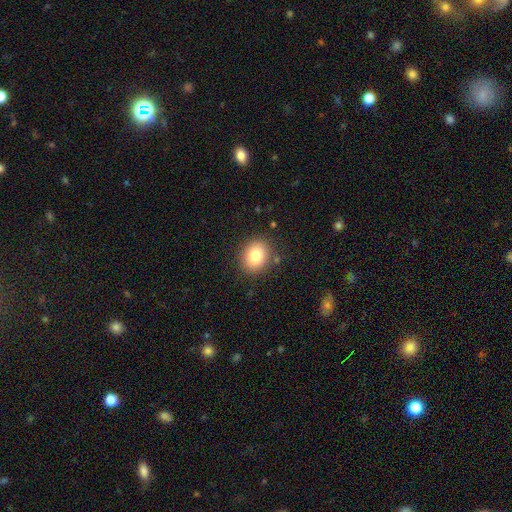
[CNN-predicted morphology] type=smooth (82%); roundness=round (57%); merging=none (85%).